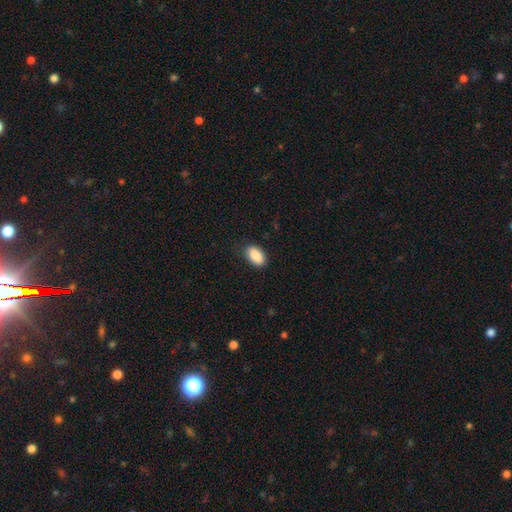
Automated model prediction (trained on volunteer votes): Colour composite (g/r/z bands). It shows a smooth galaxy with no disk features (89%) that is in between round and cigar-shaped (92%). Merging: none (84%).